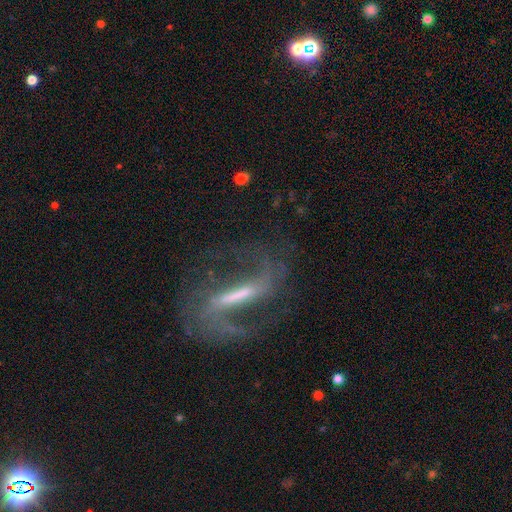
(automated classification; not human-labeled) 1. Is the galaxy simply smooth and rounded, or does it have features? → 87% featured or disk, 7% star or artifact, 6% smooth.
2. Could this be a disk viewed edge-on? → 88% no, 12% yes.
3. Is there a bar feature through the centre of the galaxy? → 69% strong, 24% weak, 6% no.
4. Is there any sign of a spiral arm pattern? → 94% yes, 6% no.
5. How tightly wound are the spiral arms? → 47% medium, 40% loose, 14% tight.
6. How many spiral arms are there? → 90% 2, 4% can't tell, 2% 1, 2% 3, 1% 4, 1% more than 4.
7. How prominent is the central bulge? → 37% small, 27% none, 27% moderate, 7% large, 2% dominant.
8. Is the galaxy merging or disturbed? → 71% none, 14% minor disturbance, 13% major disturbance, 2% merger.